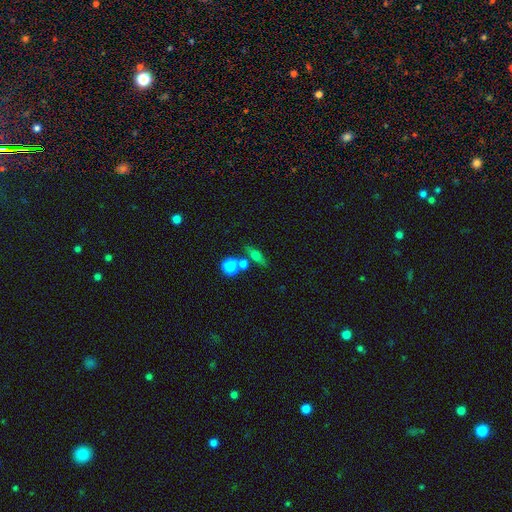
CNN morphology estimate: Q: Smooth or featured?
A: smooth (53%); runner-up: featured or disk (35%)
Q: How rounded?
A: in between (44%); runner-up: cigar-shaped (32%)
Q: Merging?
A: none (63%); runner-up: merger (20%)